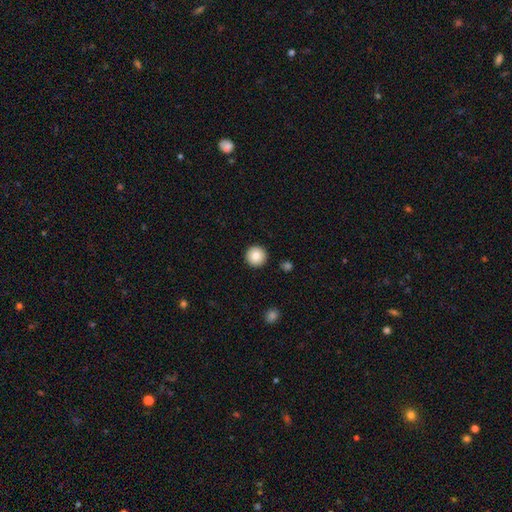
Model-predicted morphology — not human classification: smooth_or_featured: smooth (p=0.84) [alt: star or artifact p=0.08]
how_rounded: round (p=0.96) [alt: in between p=0.03]
merging: none (p=0.93) [alt: minor disturbance p=0.04]